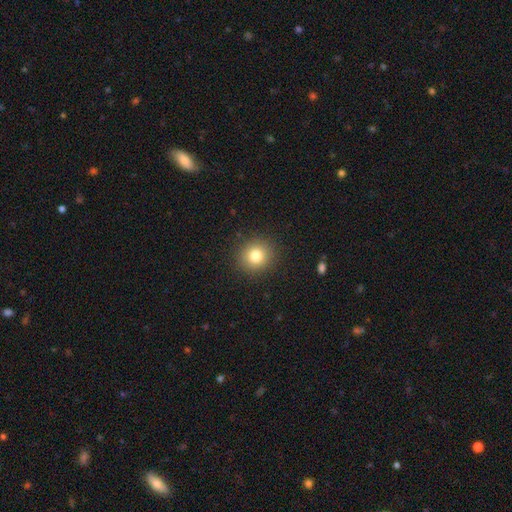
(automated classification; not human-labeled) Overall: smooth (80%). How rounded: round (90%). Merging: none (91%).